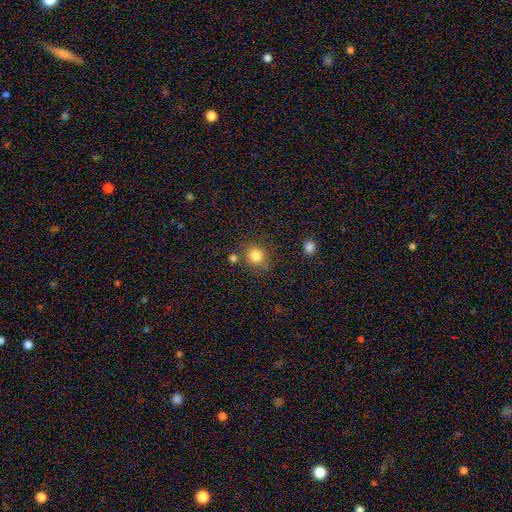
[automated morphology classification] A smooth galaxy with no disk features (83%) that is round (88%). Merging: none (78%).